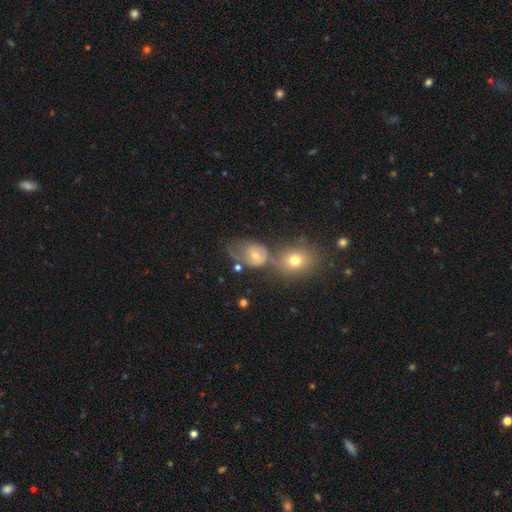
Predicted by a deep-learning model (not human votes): The model was most divided on "merging": merger: 31%, none: 30%, minor disturbance: 20%, major disturbance: 19%. More confident: smooth or featured — smooth (58%); how rounded — in between (54%).